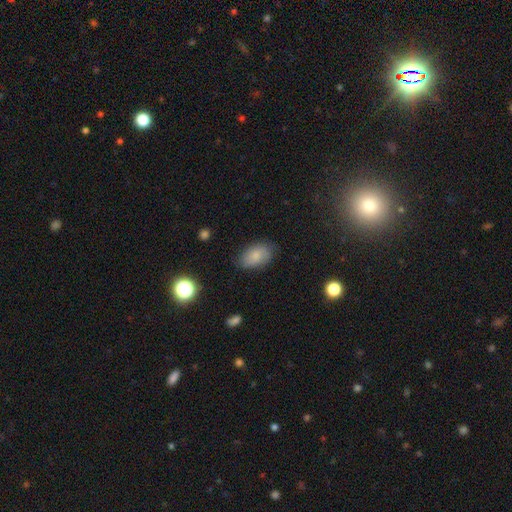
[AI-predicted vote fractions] Q: Smooth or featured?
A: smooth (78%); runner-up: featured or disk (13%)
Q: How rounded?
A: in between (91%); runner-up: round (7%)
Q: Merging?
A: none (78%); runner-up: minor disturbance (17%)